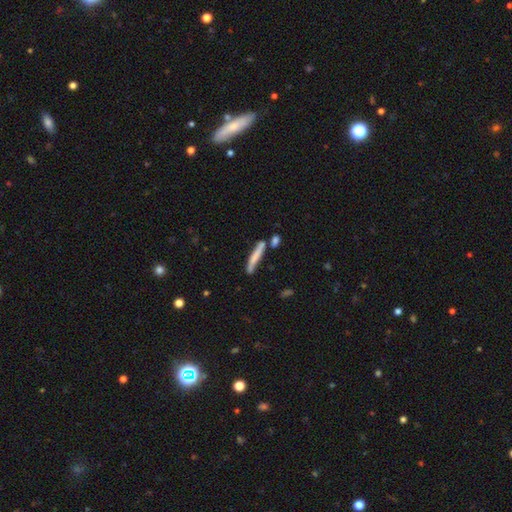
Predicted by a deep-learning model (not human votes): Smooth or featured: smooth — 64% (featured or disk — 29%)
How rounded: cigar-shaped — 93% (in between — 5%)
Merging: none — 64% (minor disturbance — 17%)